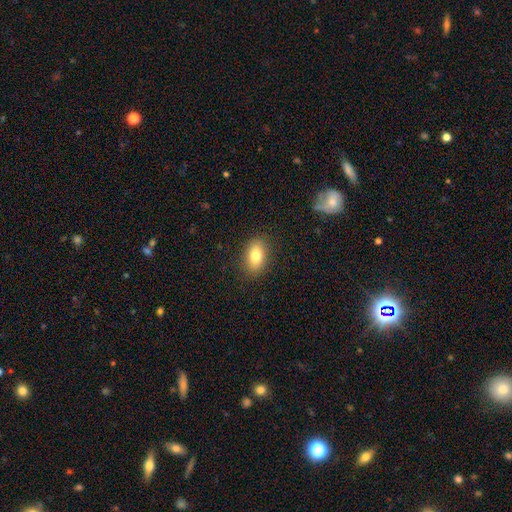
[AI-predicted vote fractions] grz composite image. It shows a smooth galaxy with no disk features (80%) that is in between round and cigar-shaped (88%). Merging: none (88%).